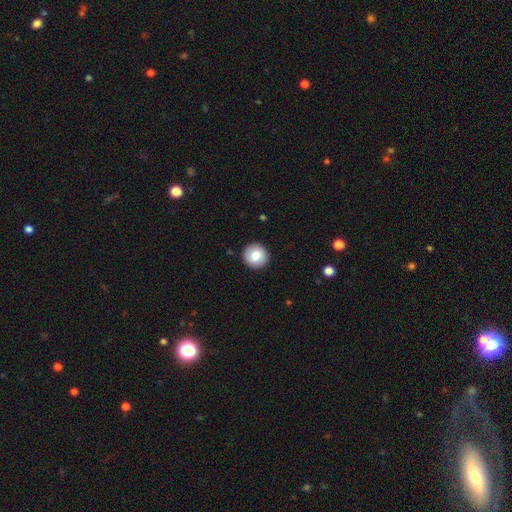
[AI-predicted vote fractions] This is clearly a smooth galaxy (83%). How rounded: clearly round (93%). Merging: clearly none (91%).